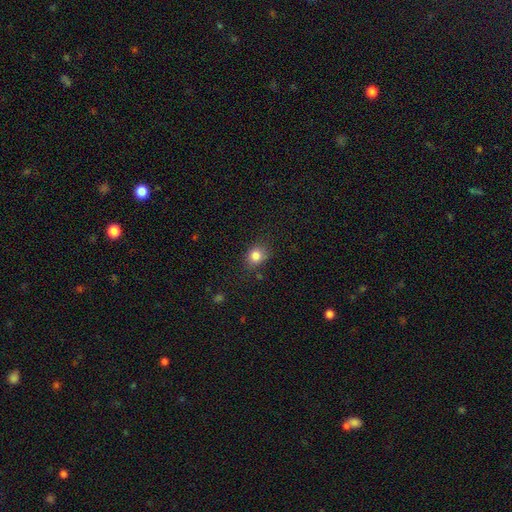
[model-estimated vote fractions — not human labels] smooth-or-featured: smooth: 83% | star or artifact: 11% | featured or disk: 6%
  how-rounded: round: 58% | in between: 41% | cigar-shaped: 1%
  merging: none: 75% | minor disturbance: 18% | major disturbance: 5% | merger: 2%